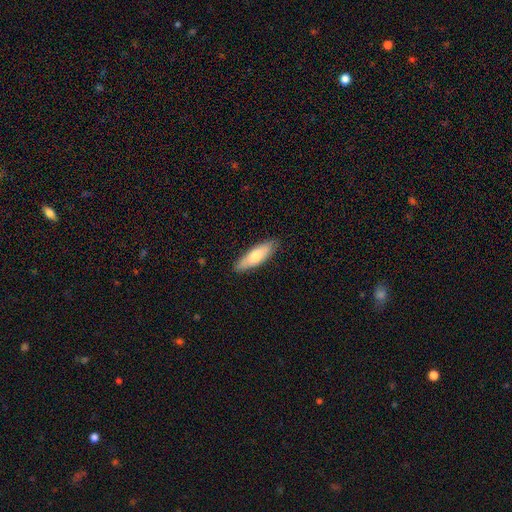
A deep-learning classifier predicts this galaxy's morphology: smooth_or_featured: smooth (p=0.70) [alt: featured or disk p=0.24]
how_rounded: cigar-shaped (p=0.50) [alt: in between p=0.48]
merging: none (p=0.86) [alt: minor disturbance p=0.11]